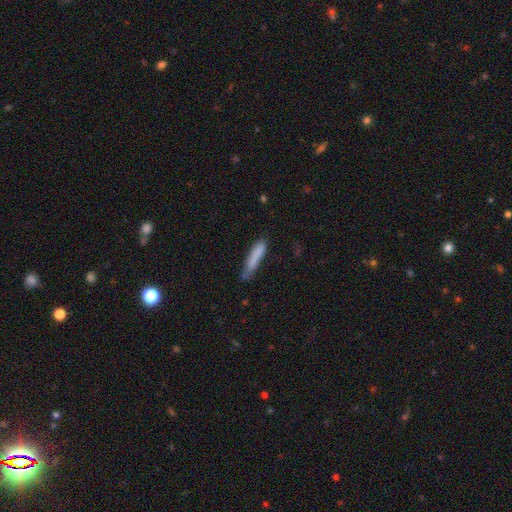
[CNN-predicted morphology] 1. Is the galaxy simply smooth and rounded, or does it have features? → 80% smooth, 13% featured or disk, 7% star or artifact.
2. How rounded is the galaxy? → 88% cigar-shaped, 11% in between, 1% round.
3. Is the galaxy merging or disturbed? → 63% none, 26% minor disturbance, 7% major disturbance, 4% merger.